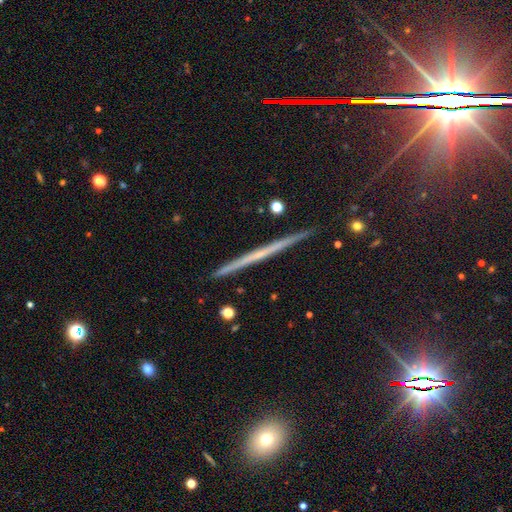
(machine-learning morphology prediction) This appears to be a featured or disk galaxy (64%) viewed edge-on (97%) with no central bulge (72%). Merging: none (90%).